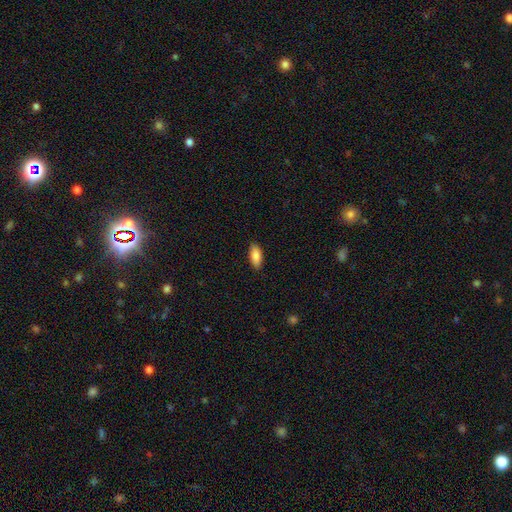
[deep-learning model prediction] The model was most divided on "how rounded": in between: 85%, cigar-shaped: 13%, round: 2%. More confident: merging — none (88%); smooth or featured — smooth (87%).